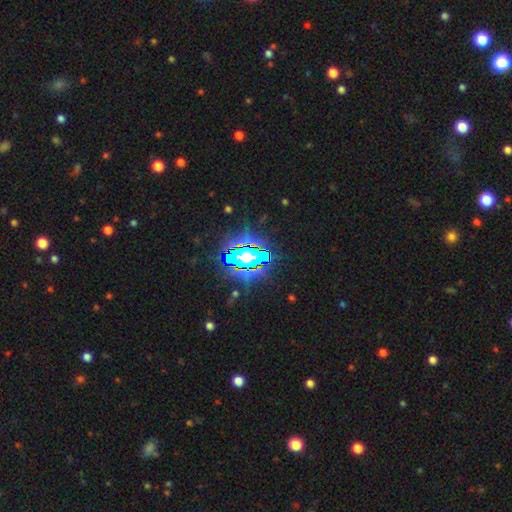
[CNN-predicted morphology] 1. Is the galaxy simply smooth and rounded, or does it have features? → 80% star or artifact, 11% smooth, 9% featured or disk.